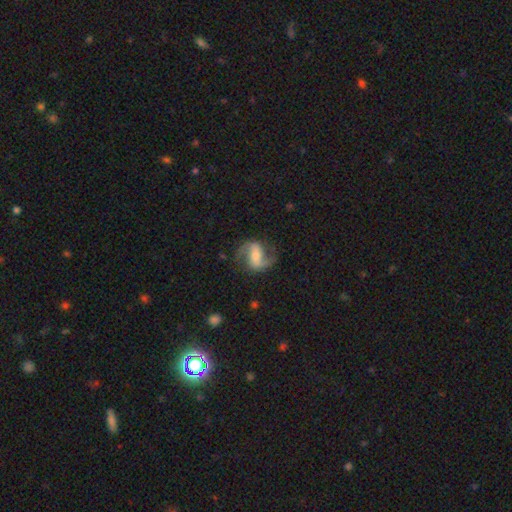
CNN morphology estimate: smooth_or_featured: featured or disk (p=0.84) [alt: smooth p=0.10]
disk_edge_on: no (p=0.97) [alt: yes p=0.03]
bar: strong (p=0.40) [tied with: weak p=0.40]
has_spiral_arms: yes (p=0.96) [alt: no p=0.04]
spiral_winding: loose (p=0.48) [alt: medium p=0.42]
spiral_arm_count: 2 (p=0.91) [alt: 1 p=0.03]
bulge_size: small (p=0.40) [tied with: moderate p=0.40]
merging: none (p=0.76) [alt: minor disturbance p=0.14]